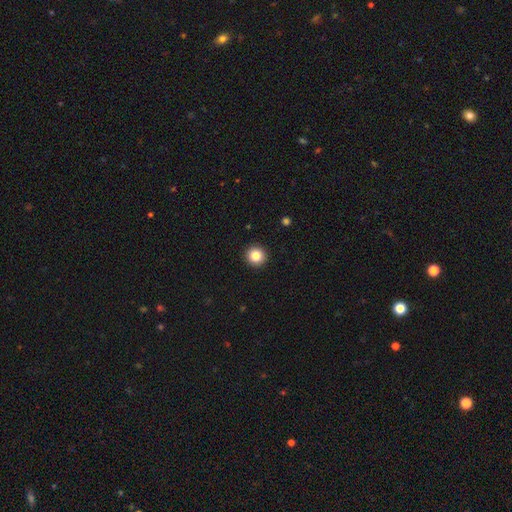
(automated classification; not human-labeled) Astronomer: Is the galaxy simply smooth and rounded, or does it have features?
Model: smooth — 84%.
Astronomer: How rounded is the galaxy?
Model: round — 95%.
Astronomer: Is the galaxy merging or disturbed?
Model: none — 93%.